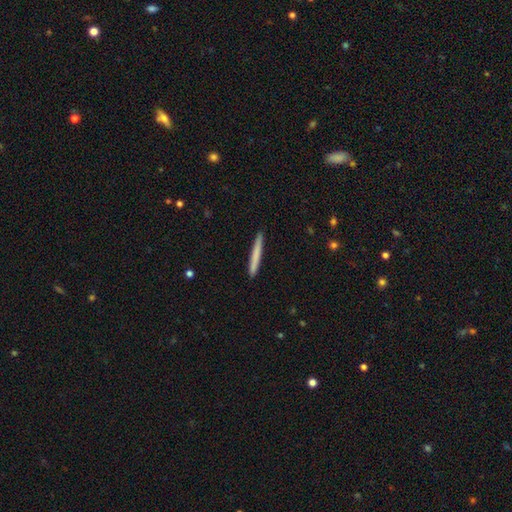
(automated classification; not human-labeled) This appears to be a smooth galaxy with no disk features (70%) that is cigar-shaped (97%). Merging: none (92%).